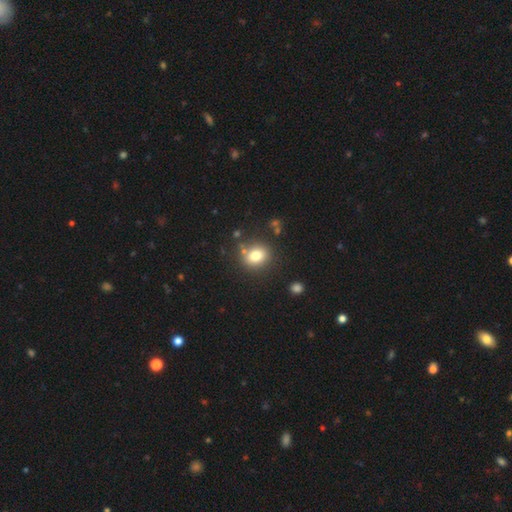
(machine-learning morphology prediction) A smooth galaxy with no disk features (78%) that is round (68%).

Vote fractions:
- Smooth or featured? smooth: 78% / star or artifact: 12% / featured or disk: 10%
- How rounded? round: 68% / in between: 31% / cigar-shaped: 1%
- Merging? none: 78% / minor disturbance: 11% / merger: 7% / major disturbance: 4%